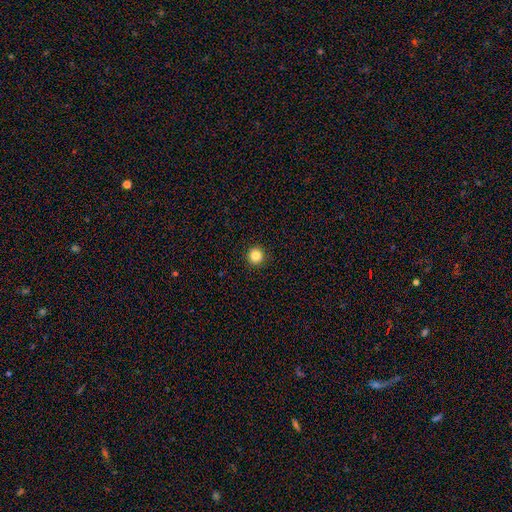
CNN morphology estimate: smooth_or_featured: smooth (p=0.85) [alt: star or artifact p=0.11]
how_rounded: round (p=0.96) [alt: in between p=0.03]
merging: none (p=0.93) [alt: minor disturbance p=0.04]